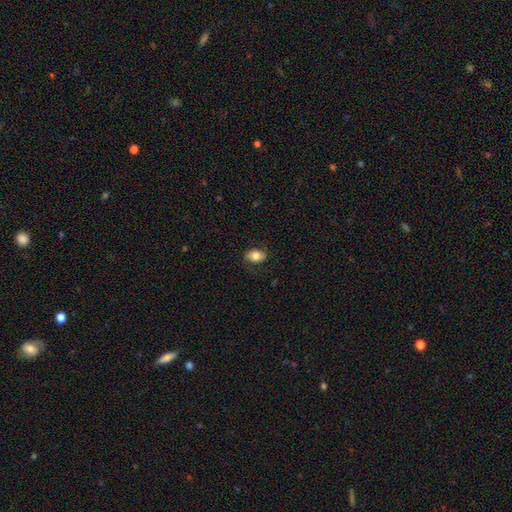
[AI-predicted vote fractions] smooth_or_featured: smooth (p=0.70) [alt: featured or disk p=0.22]
how_rounded: in between (p=0.80) [alt: round p=0.18]
merging: none (p=0.73) [alt: minor disturbance p=0.18]